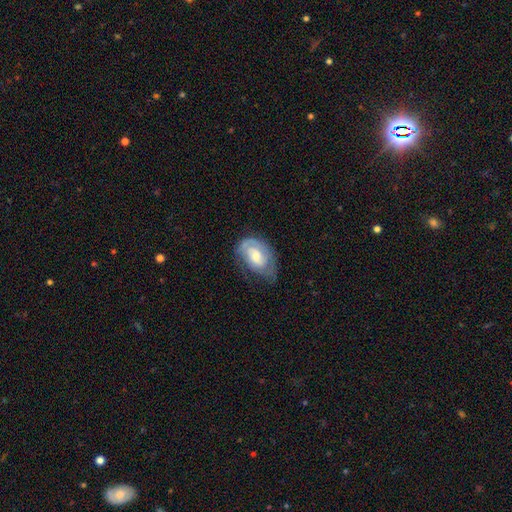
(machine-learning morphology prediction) Smooth or featured? Predicted: featured or disk (p=0.64). Edge-on disk? Predicted: no (p=0.96). Bar? Predicted: no (p=0.63). Spiral arms? Predicted: yes (p=0.82). Spiral winding? Predicted: tight (p=0.57). Spiral arm count? Predicted: 2 (p=0.33). Bulge size? Predicted: moderate (p=0.55). Merging? Predicted: none (p=0.50).